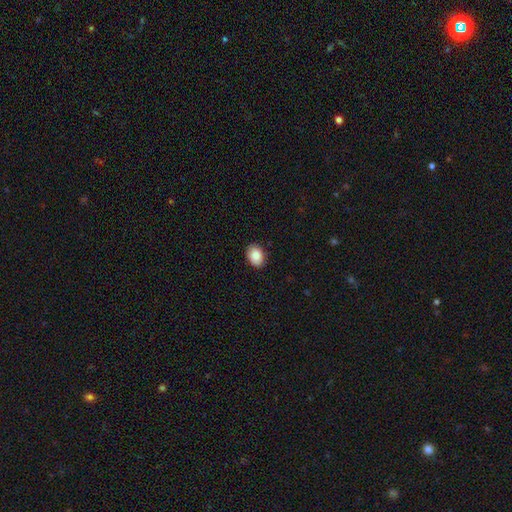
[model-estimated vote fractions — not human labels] smooth_or_featured: smooth (p=0.89) [alt: star or artifact p=0.07]
how_rounded: in between (p=0.74) [alt: round p=0.25]
merging: none (p=0.88) [alt: minor disturbance p=0.09]